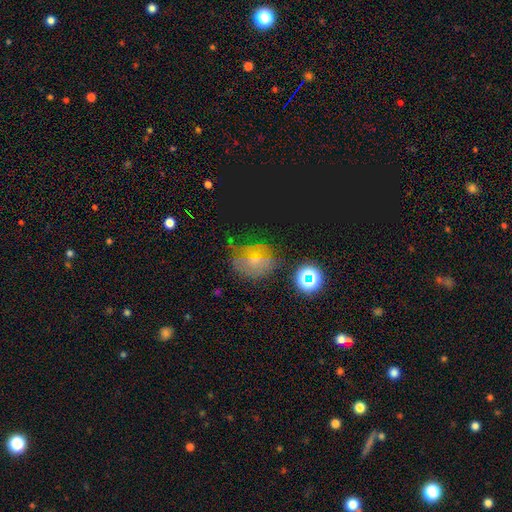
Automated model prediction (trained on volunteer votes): Smooth or featured?
  - star or artifact: 37% *
  - smooth: 34%
  - featured or disk: 29%